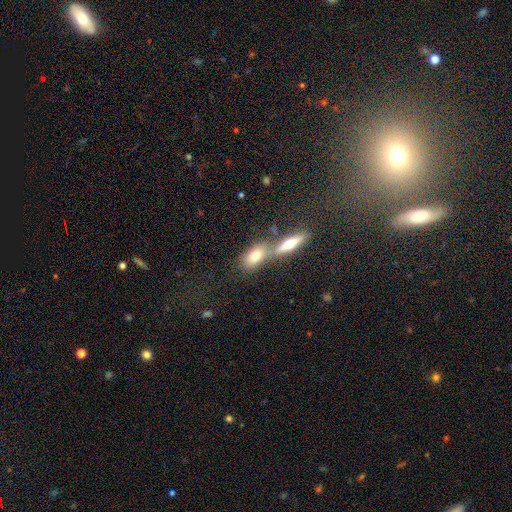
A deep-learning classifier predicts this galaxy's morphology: This is likely a smooth galaxy (70%). How rounded: likely in between (76%). Merging: possibly merger (47%).